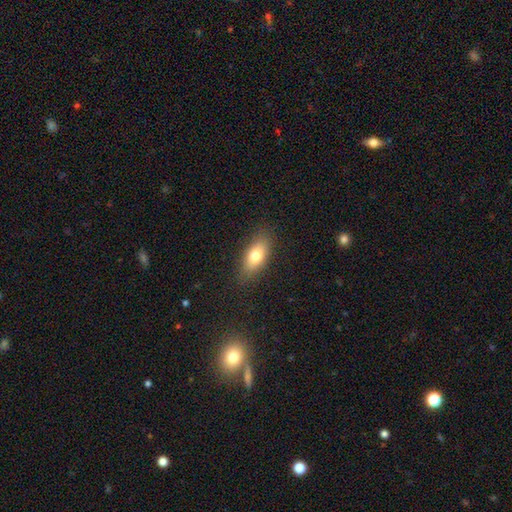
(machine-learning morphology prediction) Smooth or featured: smooth — 75% (featured or disk — 17%)
How rounded: in between — 82% (cigar-shaped — 12%)
Merging: none — 85% (minor disturbance — 11%)